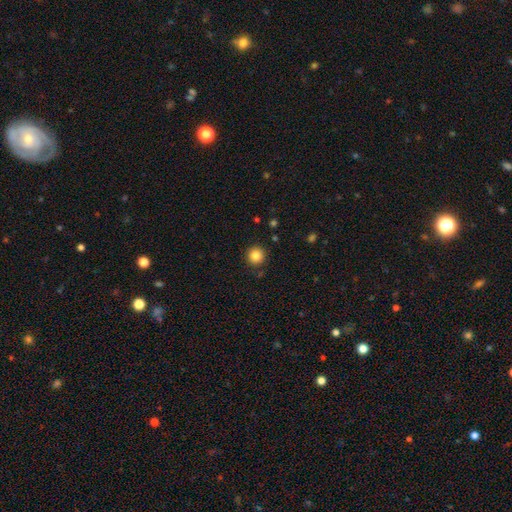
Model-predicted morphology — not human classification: This is clearly a smooth galaxy (84%). How rounded: clearly round (95%). Merging: clearly none (89%).